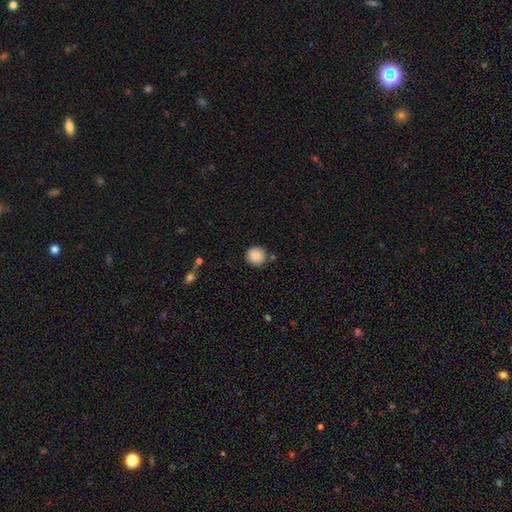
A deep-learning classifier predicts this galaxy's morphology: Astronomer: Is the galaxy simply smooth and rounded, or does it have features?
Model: smooth — 89%.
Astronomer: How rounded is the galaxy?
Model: round — 95%.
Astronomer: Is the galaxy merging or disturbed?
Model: none — 86%.